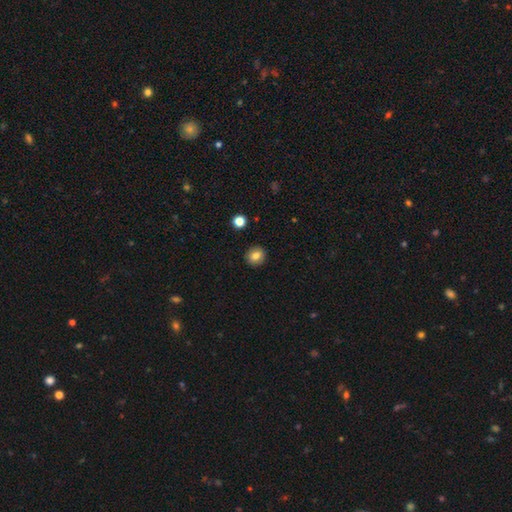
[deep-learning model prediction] smooth-or-featured: smooth: 82% | star or artifact: 10% | featured or disk: 9%
  how-rounded: round: 84% | in between: 15% | cigar-shaped: 1%
  merging: none: 91% | minor disturbance: 6% | major disturbance: 2% | merger: 1%